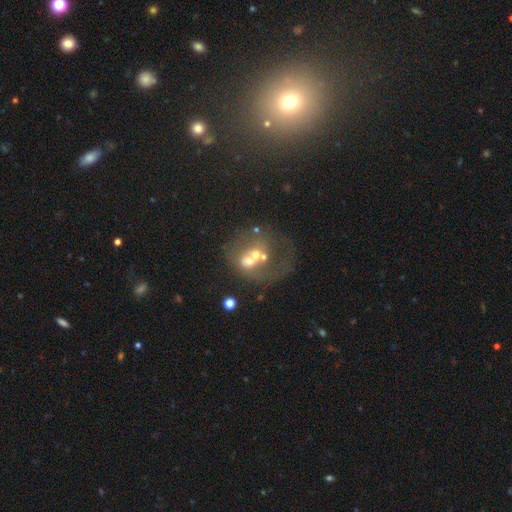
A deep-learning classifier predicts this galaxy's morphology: Smooth or featured? featured or disk (50%)
Merging? merger (52%)